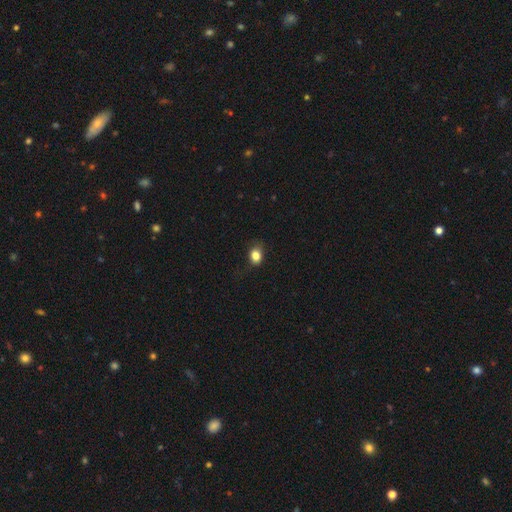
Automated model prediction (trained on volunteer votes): Smooth or featured: smooth — 82% (star or artifact — 11%)
How rounded: in between — 55% (round — 44%)
Merging: none — 68% (minor disturbance — 23%)